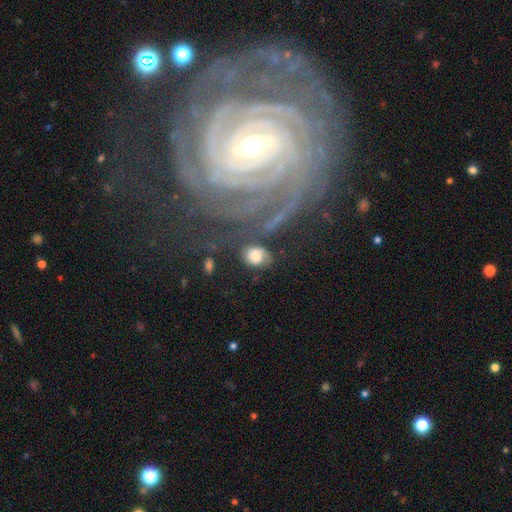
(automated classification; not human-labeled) Smooth or featured?
  - smooth: 64% *
  - featured or disk: 26%
  - star or artifact: 9%
How rounded?
  - in between: 62% *
  - round: 37%
  - cigar-shaped: 2%
Merging?
  - none: 49% *
  - minor disturbance: 23%
  - major disturbance: 15%
  - merger: 12%